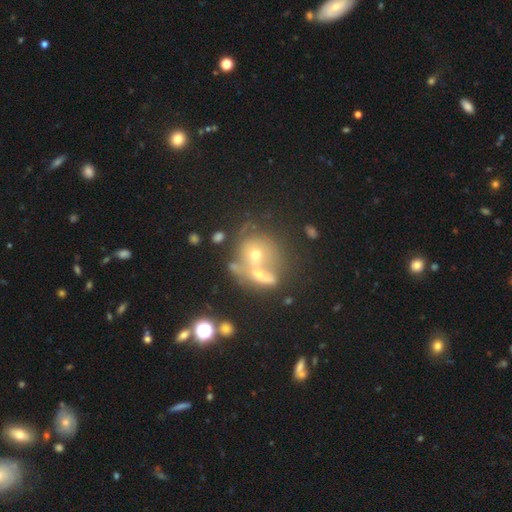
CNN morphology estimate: The model was most divided on "smooth or featured": smooth: 48%, featured or disk: 33%, star or artifact: 20%. More confident: merging — merger (57%).